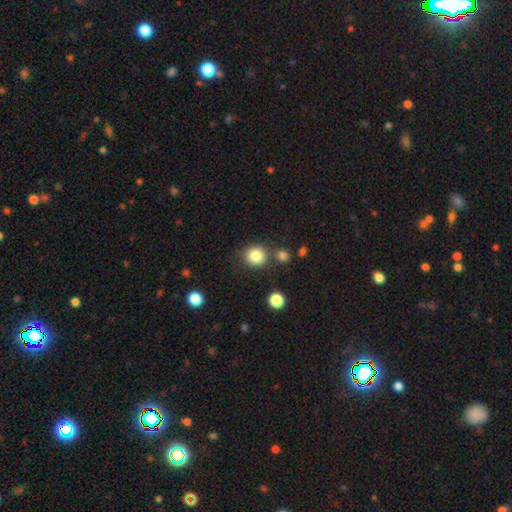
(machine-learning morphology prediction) smooth 84%, star or artifact 11%, featured or disk 5%. Down the decision tree: how rounded — round (88%); merging — none (78%).